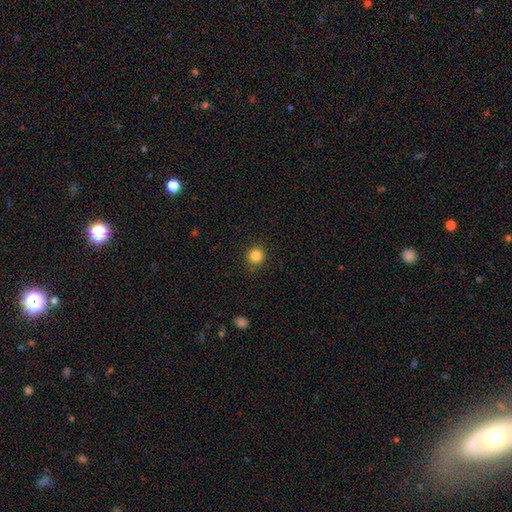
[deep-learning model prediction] The model was most divided on "smooth or featured": smooth: 84%, star or artifact: 12%, featured or disk: 4%. More confident: how rounded — round (93%); merging — none (90%).